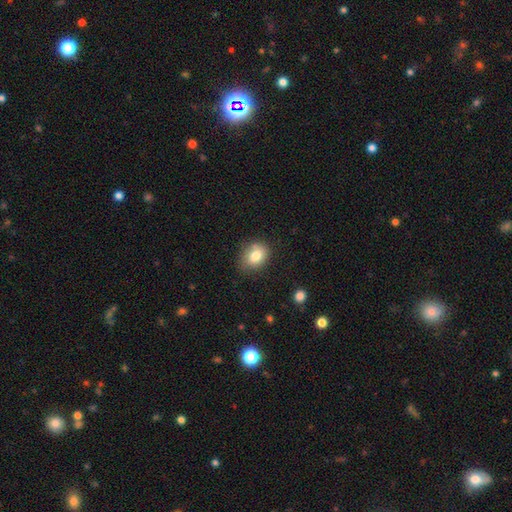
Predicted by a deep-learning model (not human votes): This appears to be a smooth galaxy with no disk features (80%) that is in between round and cigar-shaped (62%). Merging: none (71%).